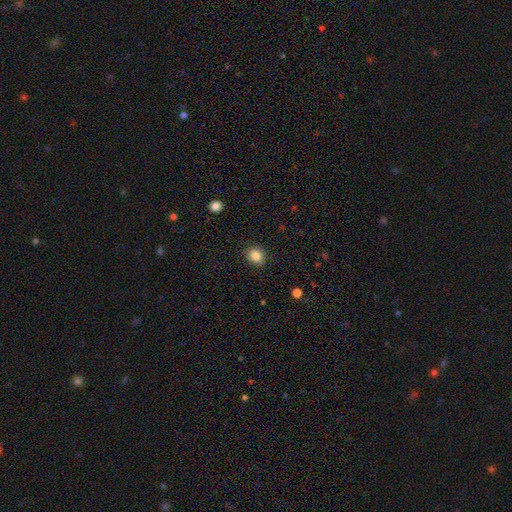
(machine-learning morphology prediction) type=smooth (85%); roundness=round (62%); merging=none (88%).